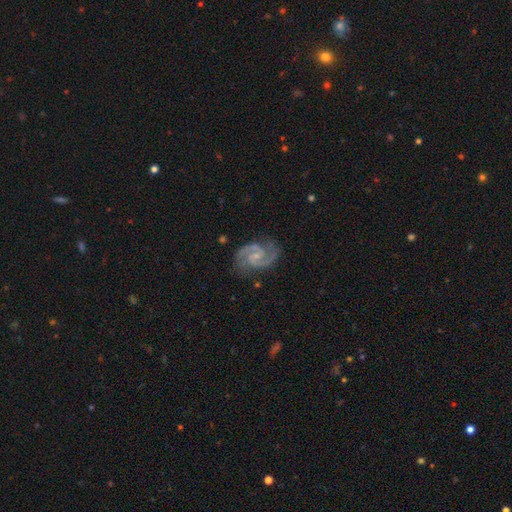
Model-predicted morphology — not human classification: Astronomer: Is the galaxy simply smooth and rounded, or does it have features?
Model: featured or disk — 93%.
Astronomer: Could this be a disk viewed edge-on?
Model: no — 98%.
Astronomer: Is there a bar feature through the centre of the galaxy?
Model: weak — 46% (runner-up: no, 43%).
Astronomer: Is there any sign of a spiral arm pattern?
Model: yes — 98%.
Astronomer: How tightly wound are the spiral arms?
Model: medium — 62%.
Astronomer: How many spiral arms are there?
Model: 2 — 93%.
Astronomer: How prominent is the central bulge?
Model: small — 64%.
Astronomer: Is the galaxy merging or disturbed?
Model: none — 80%.